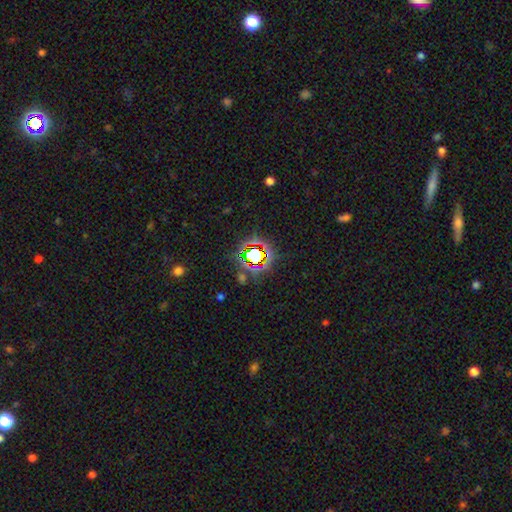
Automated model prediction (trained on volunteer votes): Morphology: type=star or artifact (71%).